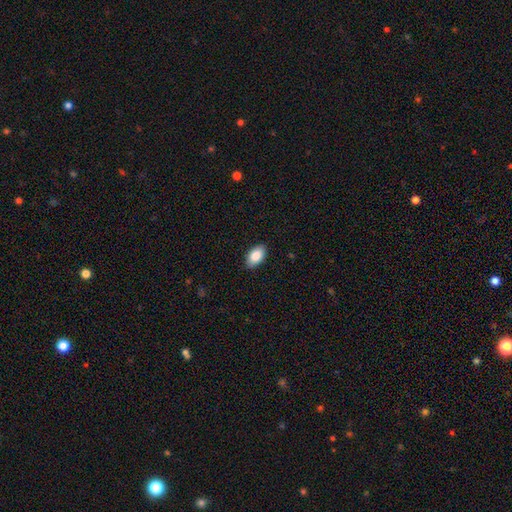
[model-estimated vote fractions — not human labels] Smooth or featured: smooth — 86% (featured or disk — 7%)
How rounded: in between — 94% (round — 5%)
Merging: none — 88% (minor disturbance — 9%)